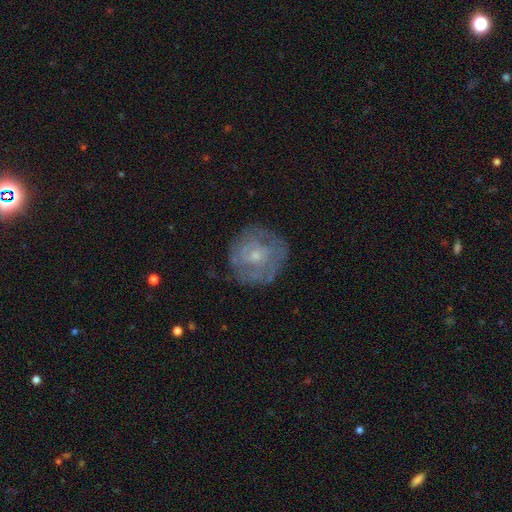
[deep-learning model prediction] A featured or disk galaxy (61%) with no bar (73%), spiral arms (56%) and a small central bulge (63%).

Vote fractions:
- Smooth or featured? featured or disk: 61% / smooth: 30% / star or artifact: 9%
- Edge-on disk? no: 97% / yes: 3%
- Bar? no: 73% / weak: 23% / strong: 4%
- Spiral arms? yes: 56% / no: 44%
- Bulge size? small: 63% / moderate: 29% / none: 5% / large: 1% / dominant: 1%
- Merging? none: 72% / minor disturbance: 18% / major disturbance: 9% / merger: 1%